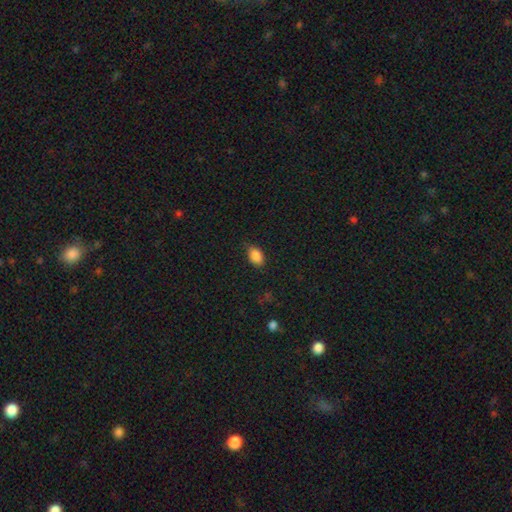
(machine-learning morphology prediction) A smooth galaxy with no disk features (88%) that is in between round and cigar-shaped (90%).

Vote fractions:
- Smooth or featured? smooth: 88% / star or artifact: 8% / featured or disk: 4%
- How rounded? in between: 90% / round: 8% / cigar-shaped: 2%
- Merging? none: 79% / minor disturbance: 17% / major disturbance: 3% / merger: 1%